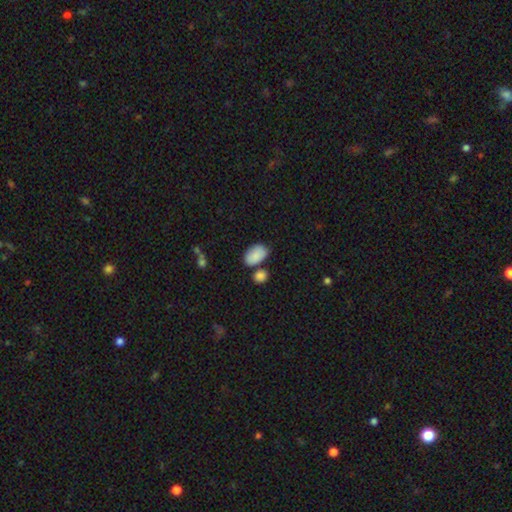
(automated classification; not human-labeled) Q: Smooth or featured?
A: smooth (86%); runner-up: star or artifact (7%)
Q: How rounded?
A: in between (91%); runner-up: round (8%)
Q: Merging?
A: none (61%); runner-up: minor disturbance (17%)